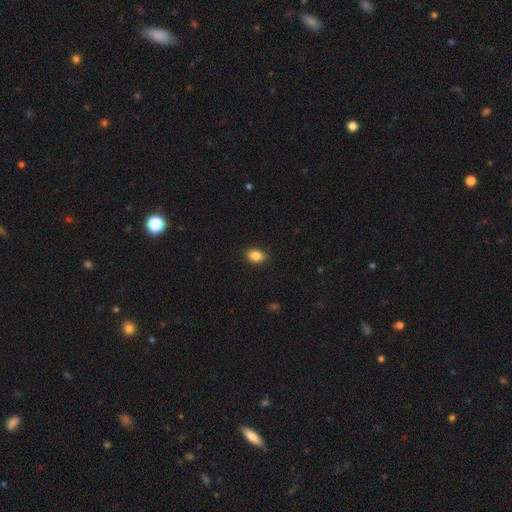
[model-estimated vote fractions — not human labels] Q: Smooth or featured?
A: smooth (86%); runner-up: star or artifact (9%)
Q: How rounded?
A: in between (75%); runner-up: round (23%)
Q: Merging?
A: none (90%); runner-up: minor disturbance (7%)